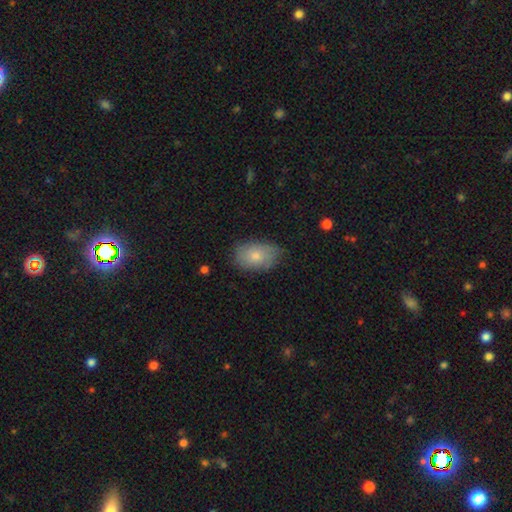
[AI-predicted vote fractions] Q: Smooth or featured?
A: smooth (69%); runner-up: featured or disk (23%)
Q: How rounded?
A: in between (87%); runner-up: round (11%)
Q: Merging?
A: none (72%); runner-up: minor disturbance (22%)